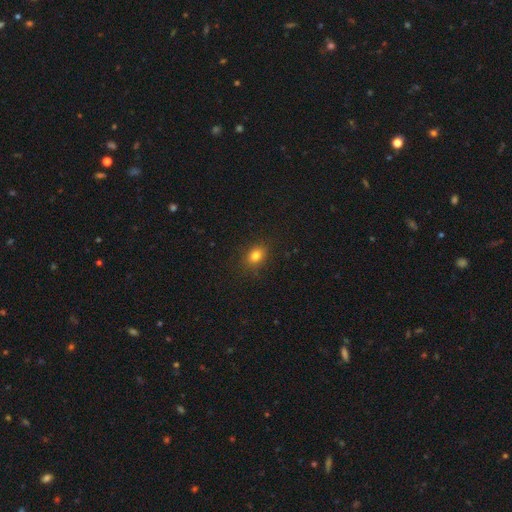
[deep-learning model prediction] Smooth or featured? smooth (81%)
How rounded? in between (56%)
Merging? none (88%)